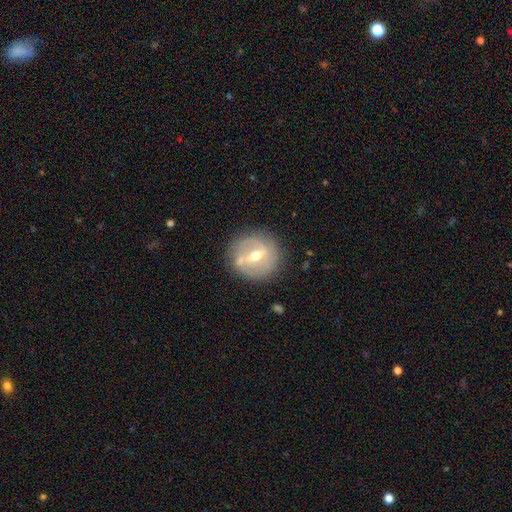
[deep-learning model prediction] A featured or disk galaxy (72%) with a weak bar (47%), spiral arms (72%) and a moderate central bulge (71%).

Vote fractions:
- Smooth or featured? featured or disk: 72% / smooth: 21% / star or artifact: 7%
- Edge-on disk? no: 95% / yes: 5%
- Bar? weak: 47% / strong: 36% / no: 17%
- Spiral arms? yes: 72% / no: 28%
- Bulge size? moderate: 71% / small: 23% / large: 4% / none: 1% / dominant: 1%
- Merging? none: 77% / minor disturbance: 14% / major disturbance: 5% / merger: 4%